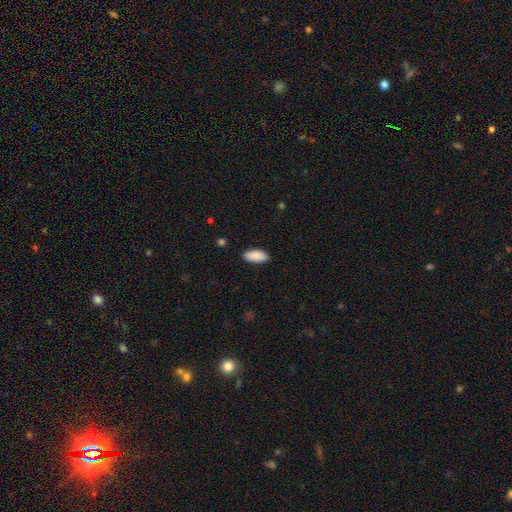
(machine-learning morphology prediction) smooth-or-featured: smooth: 91% | star or artifact: 6% | featured or disk: 3%
  how-rounded: in between: 91% | cigar-shaped: 7% | round: 2%
  merging: none: 89% | minor disturbance: 8% | major disturbance: 2% | merger: 1%